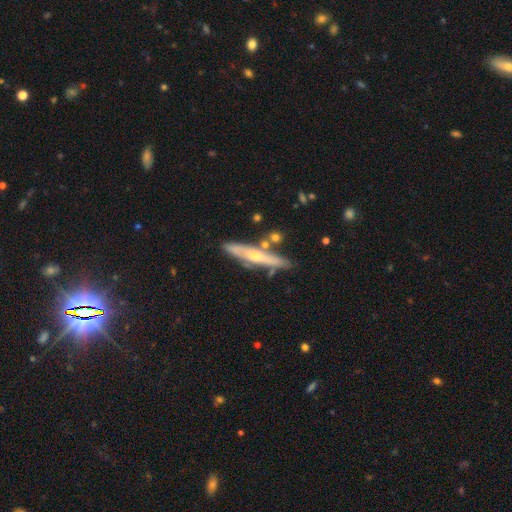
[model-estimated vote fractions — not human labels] Smooth or featured? featured or disk (69%)
Edge-on disk? yes (90%)
Edge-on bulge? rounded (83%)
Merging? none (72%)